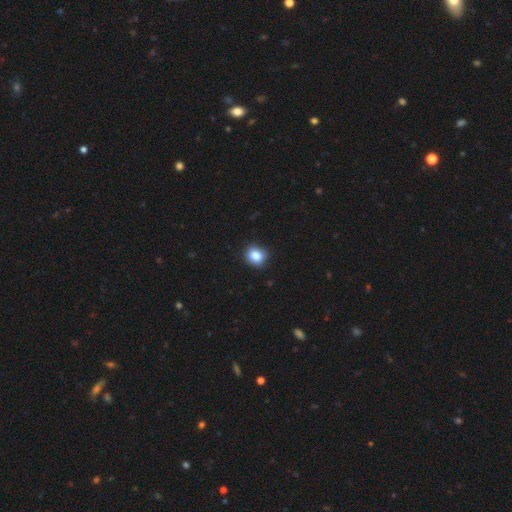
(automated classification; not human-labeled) smooth 84%, star or artifact 10%, featured or disk 6%. Down the decision tree: how rounded — round (70%); merging — none (86%).